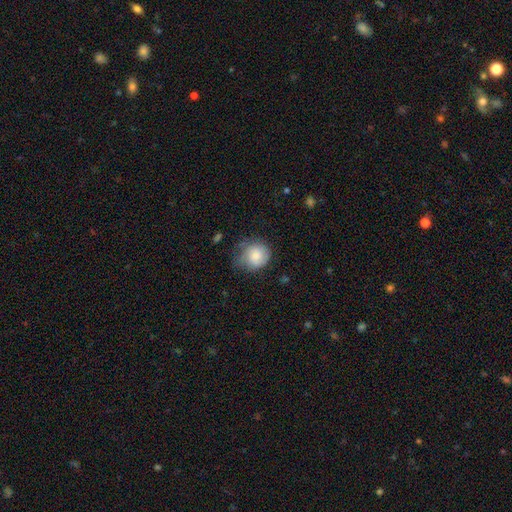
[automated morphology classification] Smooth or featured? smooth (76%)
How rounded? round (75%)
Merging? none (48%)